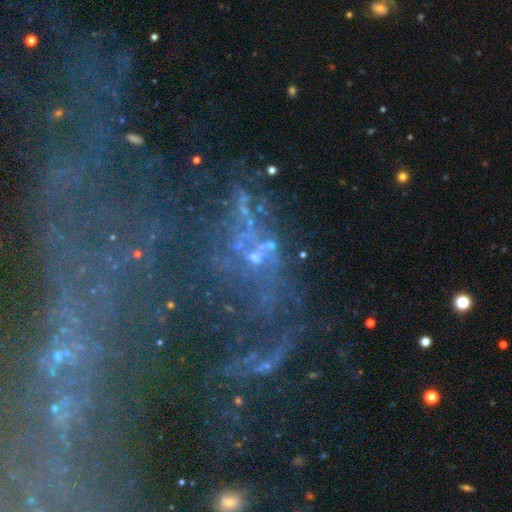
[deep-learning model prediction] Smooth or featured? featured or disk (48%)
Merging? none (36%)